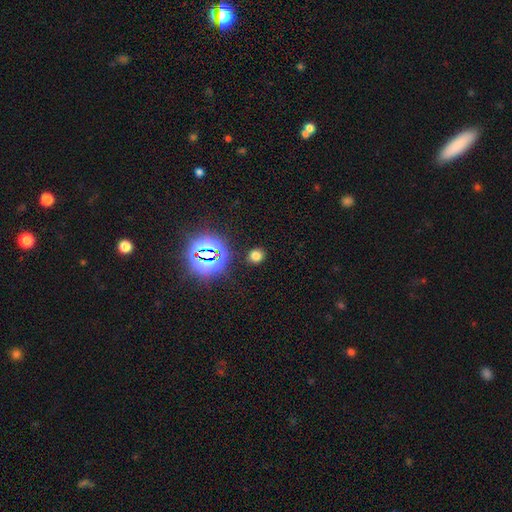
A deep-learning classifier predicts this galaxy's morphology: Overall: smooth (68%). How rounded: round (75%). Merging: none (87%).